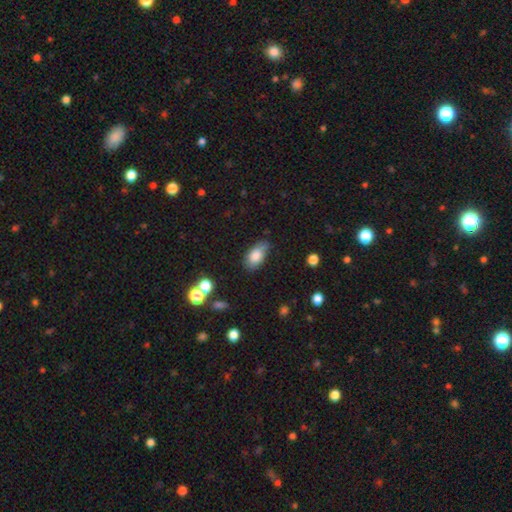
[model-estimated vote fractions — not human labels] smooth_or_featured: smooth (p=0.82) [alt: featured or disk p=0.10]
how_rounded: in between (p=0.91) [alt: round p=0.05]
merging: none (p=0.64) [alt: minor disturbance p=0.27]